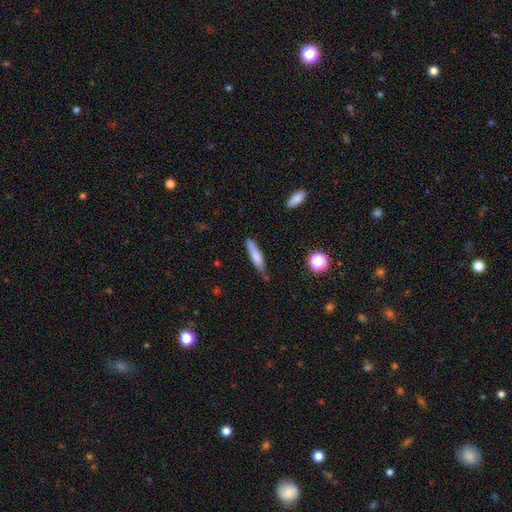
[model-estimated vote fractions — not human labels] Smooth or featured?
  - smooth: 70% *
  - featured or disk: 23%
  - star or artifact: 7%
How rounded?
  - cigar-shaped: 84% *
  - in between: 14%
  - round: 2%
Merging?
  - none: 60% *
  - minor disturbance: 30%
  - major disturbance: 6%
  - merger: 4%